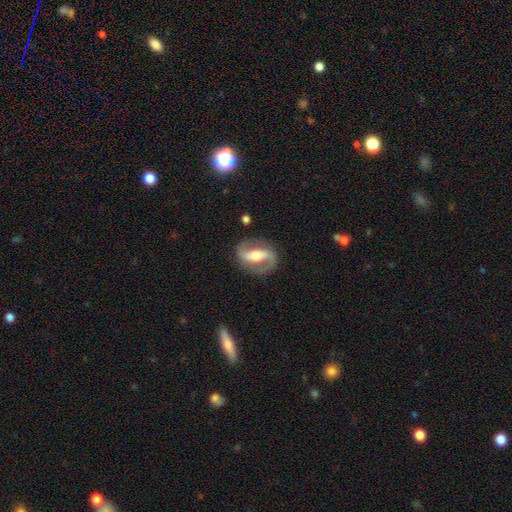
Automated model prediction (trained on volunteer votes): This appears to be a featured or disk galaxy (85%) with a strong bar (57%), 2 (92%) medium (51%) spiral arms (91%) and a moderate central bulge (63%). Merging: none (84%).